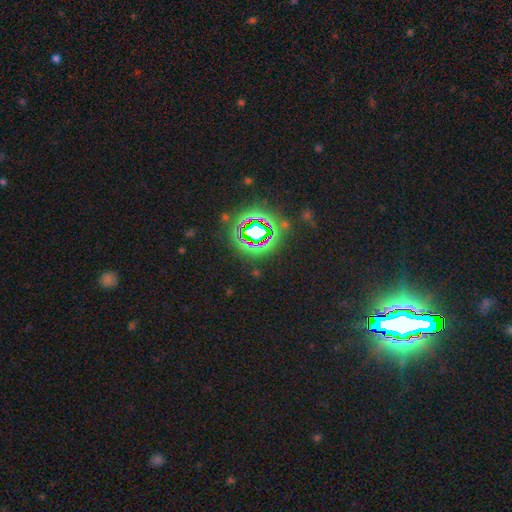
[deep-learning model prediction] This is likely a star or artifact rather than a galaxy (76%).